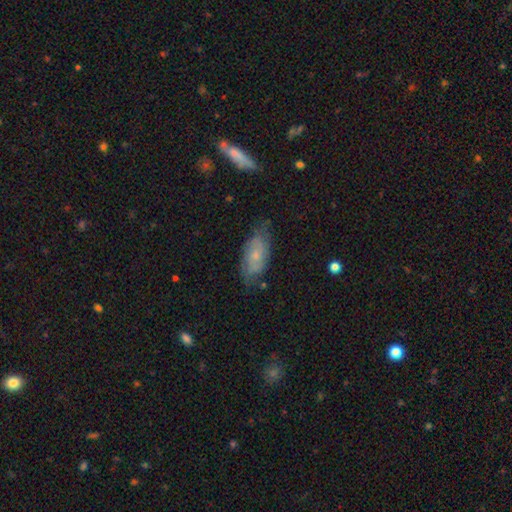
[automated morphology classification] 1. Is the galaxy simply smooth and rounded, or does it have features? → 48% smooth, 45% featured or disk, 7% star or artifact.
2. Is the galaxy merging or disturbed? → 62% none, 27% minor disturbance, 8% major disturbance, 2% merger.